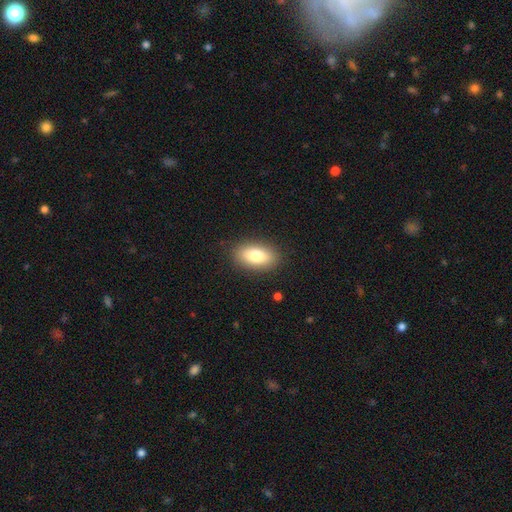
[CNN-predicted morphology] Overall: smooth (79%). How rounded: in between (89%). Merging: none (88%).